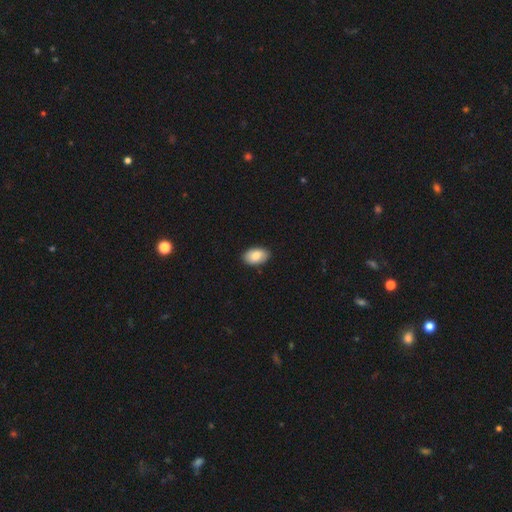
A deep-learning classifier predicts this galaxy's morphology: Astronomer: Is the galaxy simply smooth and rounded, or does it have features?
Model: smooth — 86%.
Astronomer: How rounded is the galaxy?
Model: in between — 92%.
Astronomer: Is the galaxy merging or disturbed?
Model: none — 89%.